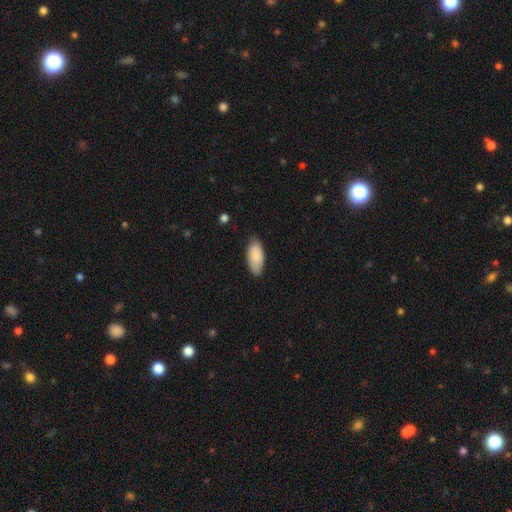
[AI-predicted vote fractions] Smooth or featured? smooth (88%)
How rounded? in between (92%)
Merging? none (79%)